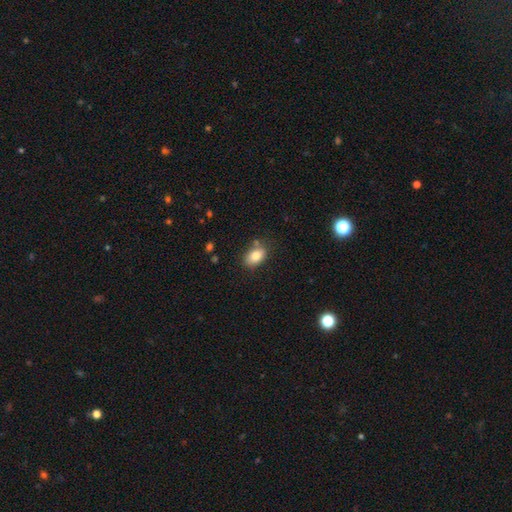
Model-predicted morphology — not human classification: Q: Smooth or featured?
A: smooth (82%); runner-up: featured or disk (10%)
Q: How rounded?
A: in between (86%); runner-up: round (12%)
Q: Merging?
A: none (75%); runner-up: minor disturbance (15%)